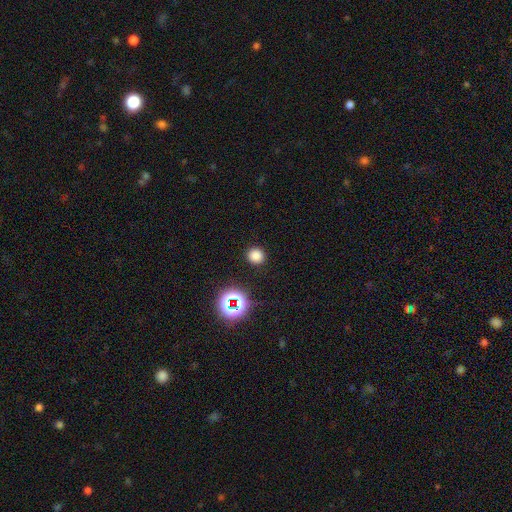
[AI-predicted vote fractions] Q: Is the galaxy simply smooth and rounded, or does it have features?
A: smooth — 77%.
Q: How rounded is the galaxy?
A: round — 90%.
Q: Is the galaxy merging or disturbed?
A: none — 90%.